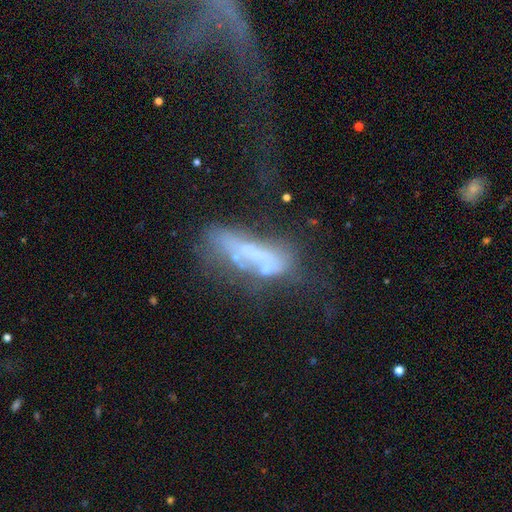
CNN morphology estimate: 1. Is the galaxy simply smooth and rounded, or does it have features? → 50% featured or disk, 35% smooth, 15% star or artifact.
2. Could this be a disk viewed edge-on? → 73% no, 27% yes.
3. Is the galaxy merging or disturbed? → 38% major disturbance, 24% none, 21% merger, 17% minor disturbance.